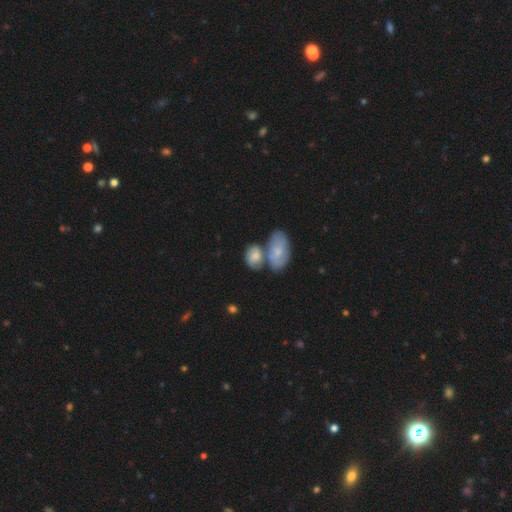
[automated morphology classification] This appears to be a smooth galaxy with no disk features (61%) that is in between round and cigar-shaped (78%). Merging: merger (48%).